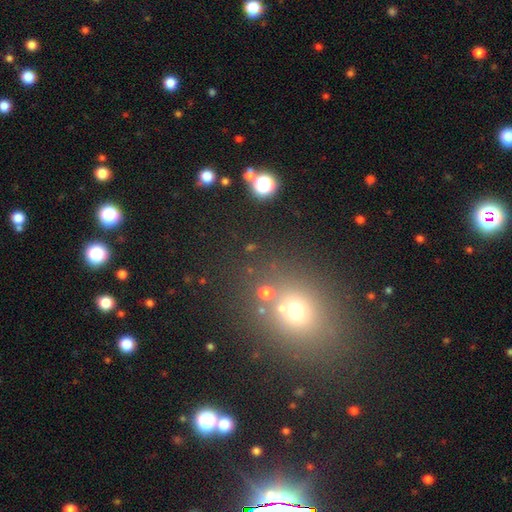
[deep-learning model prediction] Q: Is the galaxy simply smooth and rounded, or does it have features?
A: smooth — 47%.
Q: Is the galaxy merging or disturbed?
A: none — 81%.